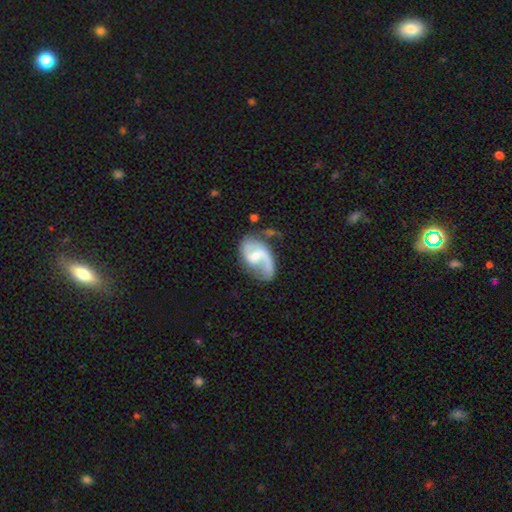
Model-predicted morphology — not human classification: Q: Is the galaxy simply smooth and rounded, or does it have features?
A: featured or disk — 81%.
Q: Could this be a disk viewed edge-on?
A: no — 97%.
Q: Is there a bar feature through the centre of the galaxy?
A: weak — 53%.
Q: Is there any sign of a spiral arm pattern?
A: yes — 92%.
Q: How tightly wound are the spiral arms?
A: loose — 49%.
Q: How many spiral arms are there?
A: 2 — 71%.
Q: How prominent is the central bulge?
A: small — 43%.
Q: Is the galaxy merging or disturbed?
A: none — 47%.